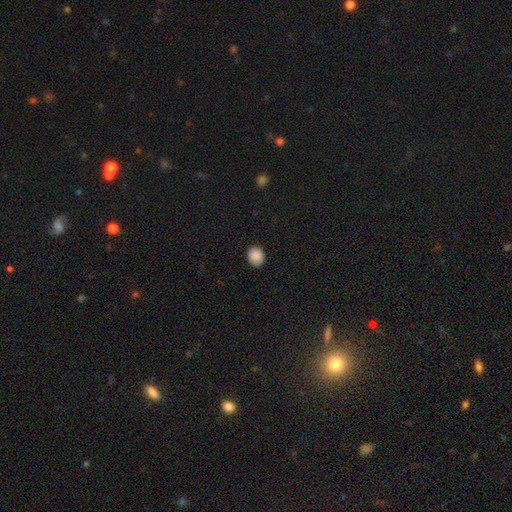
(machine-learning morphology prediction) smooth-or-featured: smooth: 89% | star or artifact: 8% | featured or disk: 3%
  how-rounded: round: 72% | in between: 27% | cigar-shaped: 1%
  merging: none: 87% | minor disturbance: 10% | major disturbance: 2% | merger: 1%